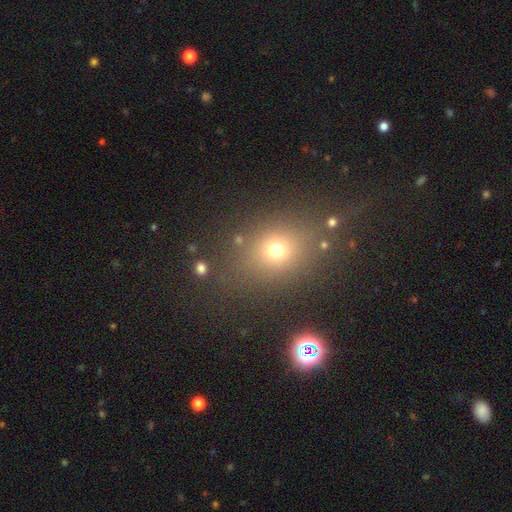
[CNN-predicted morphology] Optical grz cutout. It shows a smooth galaxy with no disk features (54%) that is round (52%). Merging: none (80%).